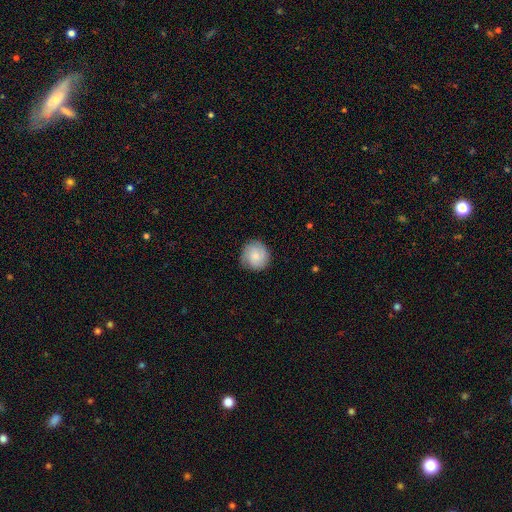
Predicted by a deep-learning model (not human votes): Q: Smooth or featured?
A: smooth (67%); runner-up: featured or disk (26%)
Q: How rounded?
A: round (91%); runner-up: in between (8%)
Q: Merging?
A: none (82%); runner-up: minor disturbance (14%)